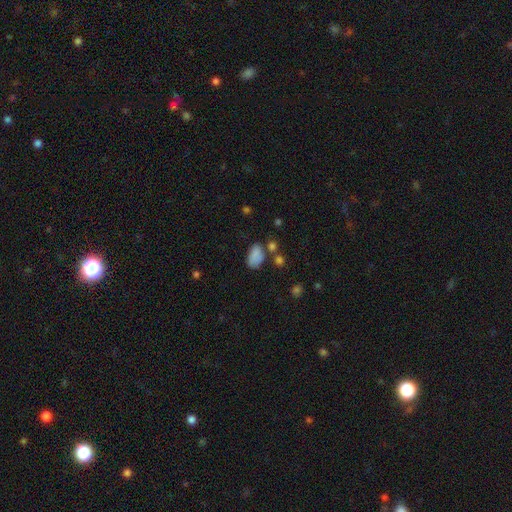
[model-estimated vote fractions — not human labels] The model was most divided on "merging": none: 53%, minor disturbance: 23%, merger: 15%, major disturbance: 10%. More confident: how rounded — in between (89%); smooth or featured — smooth (81%).